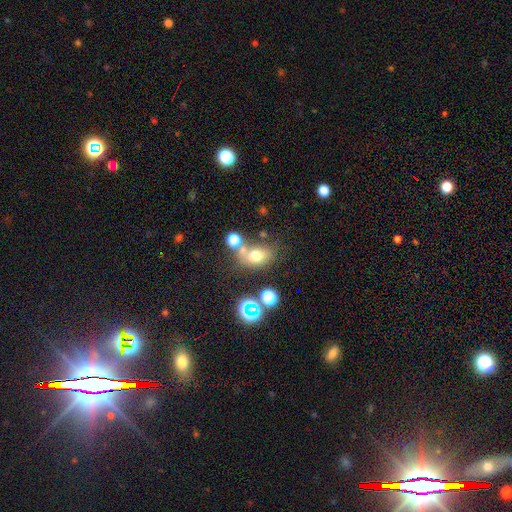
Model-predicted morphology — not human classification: Overall: smooth (67%). How rounded: in between (61%; round 37%). Merging: none (50%; merger 27%).